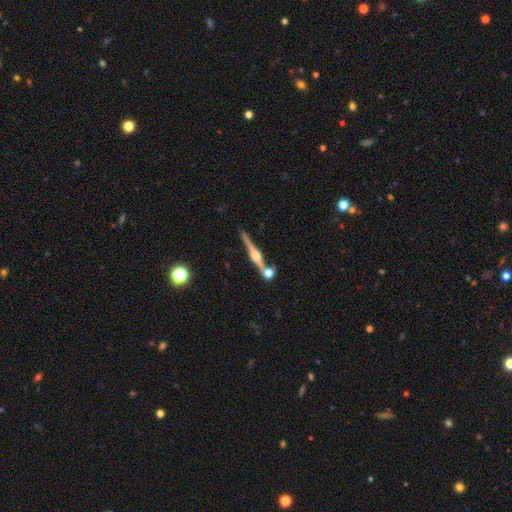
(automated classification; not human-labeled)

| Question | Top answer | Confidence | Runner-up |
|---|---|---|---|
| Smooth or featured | featured or disk | 85% | smooth (9%) |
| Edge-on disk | yes | 98% | no (2%) |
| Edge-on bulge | rounded | 93% | boxy (5%) |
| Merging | none | 76% | merger (13%) |